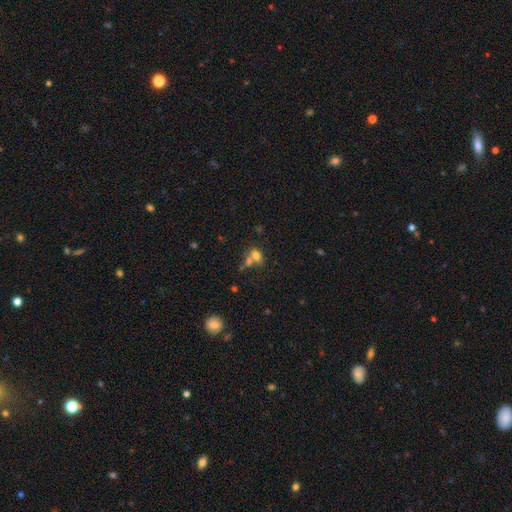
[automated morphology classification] This is likely a smooth galaxy (68%). How rounded: likely in between (61%). Merging: possibly merger (50%).